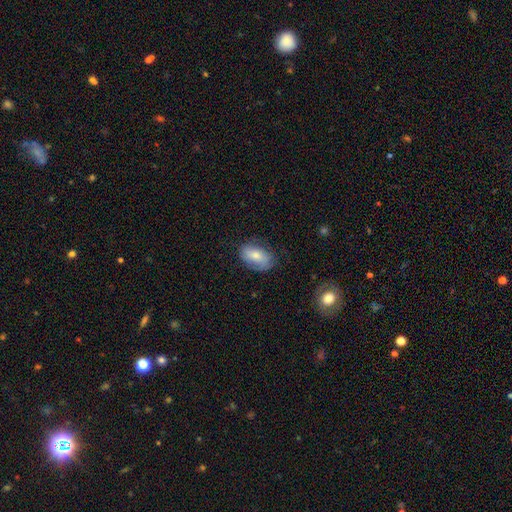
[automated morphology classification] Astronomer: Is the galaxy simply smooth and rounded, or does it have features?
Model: smooth — 72%.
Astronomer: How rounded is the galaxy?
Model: in between — 90%.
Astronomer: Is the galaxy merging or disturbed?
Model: none — 70%.